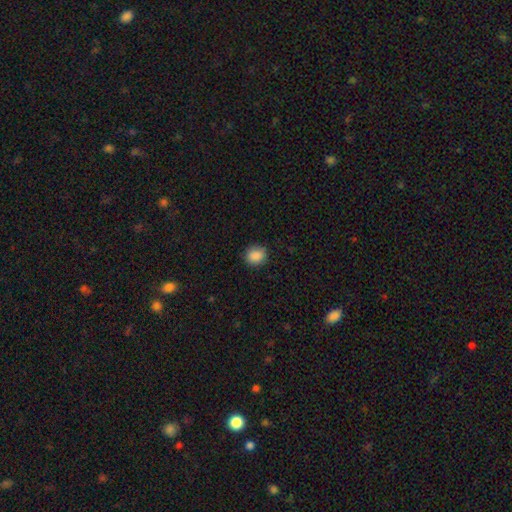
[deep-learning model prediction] smooth-or-featured: smooth: 88% | star or artifact: 9% | featured or disk: 3%
  how-rounded: round: 76% | in between: 23% | cigar-shaped: 1%
  merging: none: 88% | minor disturbance: 9% | major disturbance: 2% | merger: 1%